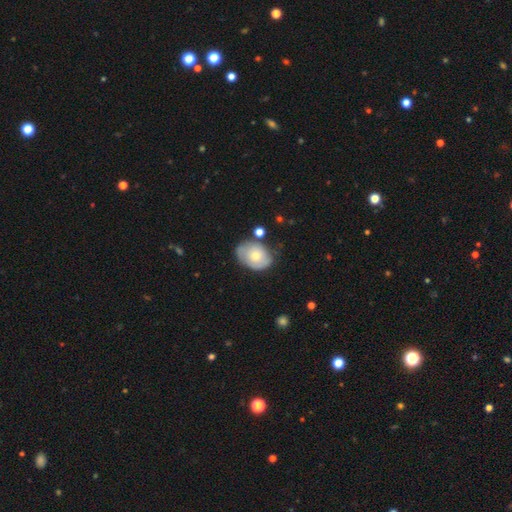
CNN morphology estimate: This appears to be a smooth galaxy with no disk features (59%) that is in between round and cigar-shaped (67%). Merging: none (59%).